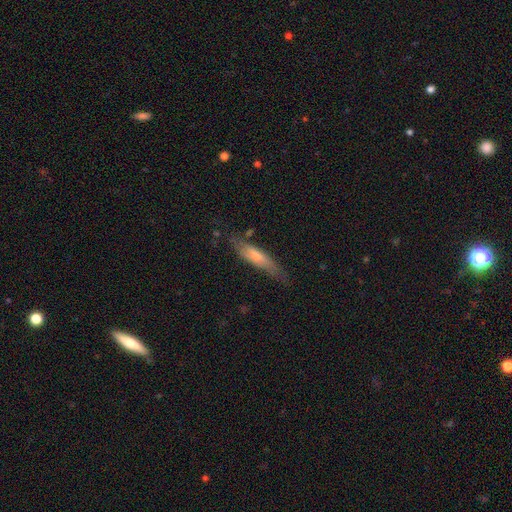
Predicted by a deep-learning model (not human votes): Smooth or featured? Predicted: smooth (p=0.61). How rounded? Predicted: cigar-shaped (p=0.75). Merging? Predicted: none (p=0.64).